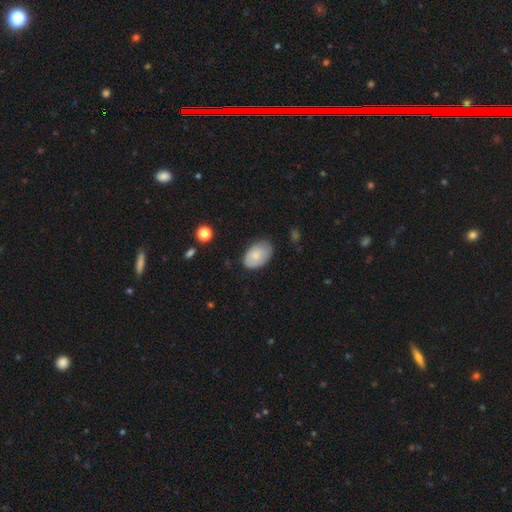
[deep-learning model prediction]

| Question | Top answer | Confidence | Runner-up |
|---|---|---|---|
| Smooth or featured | smooth | 80% | featured or disk (14%) |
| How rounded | in between | 90% | round (9%) |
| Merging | none | 74% | minor disturbance (21%) |